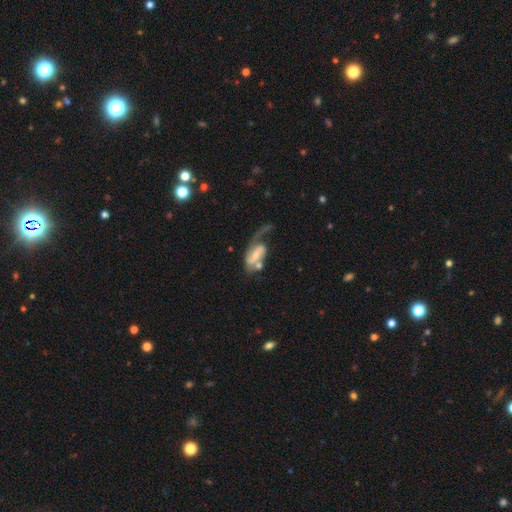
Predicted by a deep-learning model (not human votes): Smooth or featured: featured or disk — 75% (smooth — 19%)
Edge-on disk: no — 95% (yes — 5%)
Bar: weak — 41% (strong — 32%)
Spiral arms: yes — 85% (no — 15%)
Spiral winding: loose — 51% (medium — 34%)
Spiral arm count: 2 — 50% (1 — 41%)
Bulge size: moderate — 46% (small — 40%)
Merging: major disturbance — 37% (none — 27%)